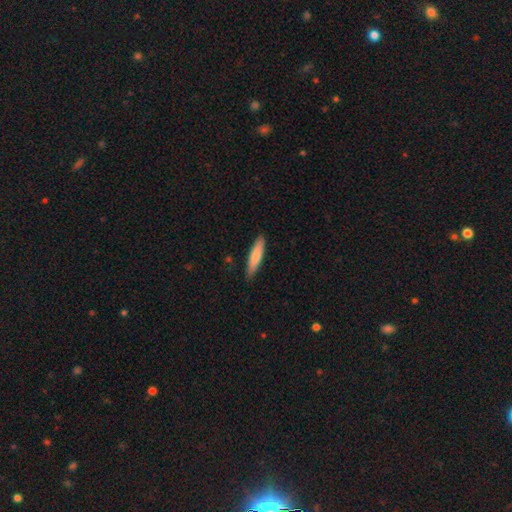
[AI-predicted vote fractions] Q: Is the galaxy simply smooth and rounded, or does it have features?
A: smooth — 79%.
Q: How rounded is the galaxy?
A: cigar-shaped — 81%.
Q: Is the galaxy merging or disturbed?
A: none — 86%.